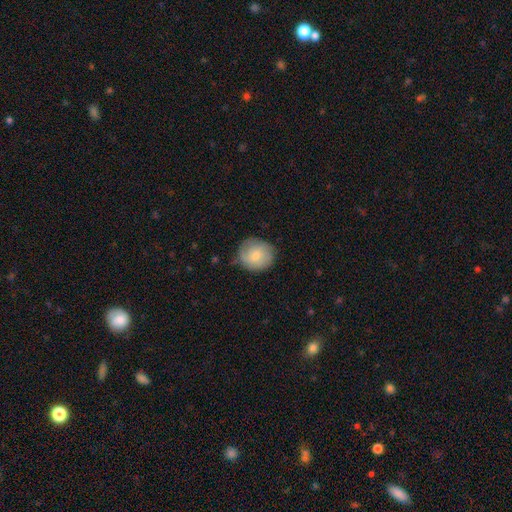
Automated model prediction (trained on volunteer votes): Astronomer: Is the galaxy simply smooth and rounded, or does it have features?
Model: smooth — 70%.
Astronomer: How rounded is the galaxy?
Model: round — 86%.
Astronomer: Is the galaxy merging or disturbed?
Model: none — 72%.